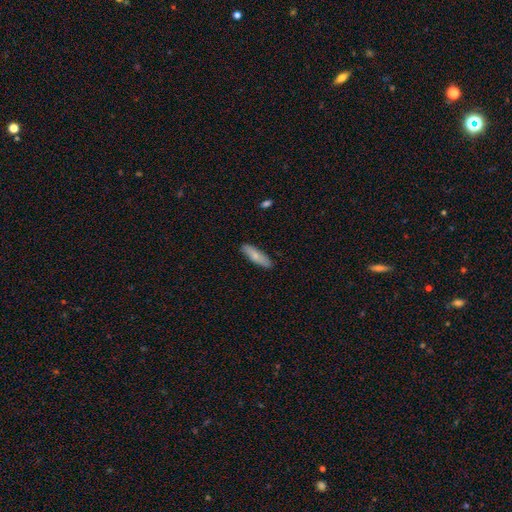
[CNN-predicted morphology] Q: Smooth or featured?
A: smooth (75%); runner-up: featured or disk (19%)
Q: How rounded?
A: cigar-shaped (59%); runner-up: in between (39%)
Q: Merging?
A: none (87%); runner-up: minor disturbance (10%)